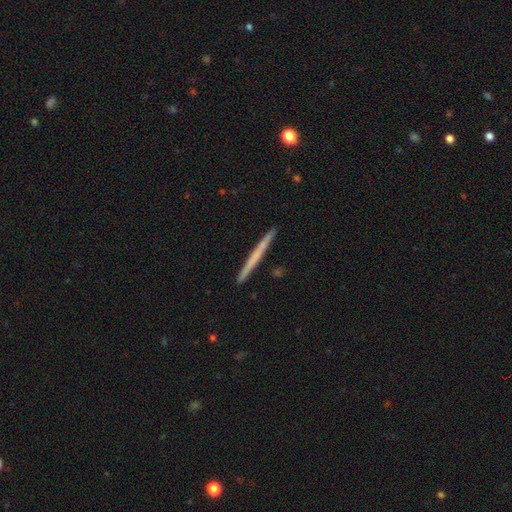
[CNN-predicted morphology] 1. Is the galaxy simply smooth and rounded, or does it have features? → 48% featured or disk, 47% smooth, 5% star or artifact.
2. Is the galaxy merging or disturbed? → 92% none, 5% minor disturbance, 1% merger, 1% major disturbance.